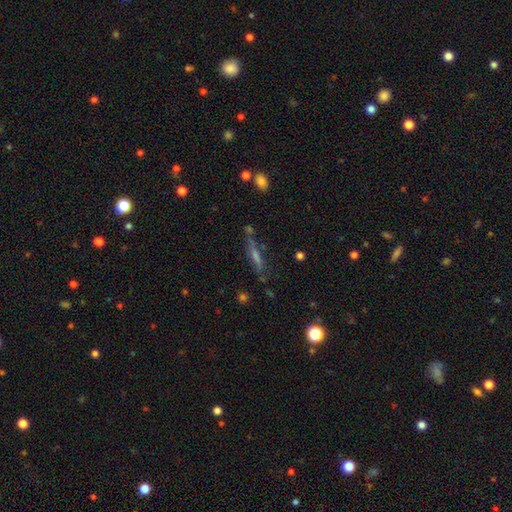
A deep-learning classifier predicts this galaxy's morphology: Smooth or featured? featured or disk (52%)
Edge-on disk? yes (75%)
Merging? none (67%)